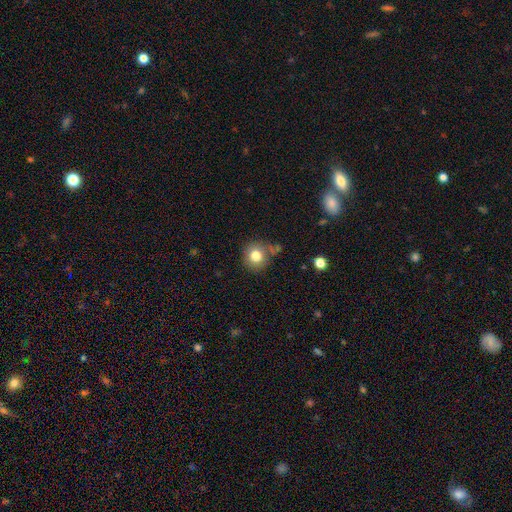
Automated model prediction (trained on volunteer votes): smooth_or_featured: smooth (p=0.79) [alt: star or artifact p=0.11]
how_rounded: round (p=0.88) [alt: in between p=0.11]
merging: none (p=0.73) [alt: minor disturbance p=0.15]